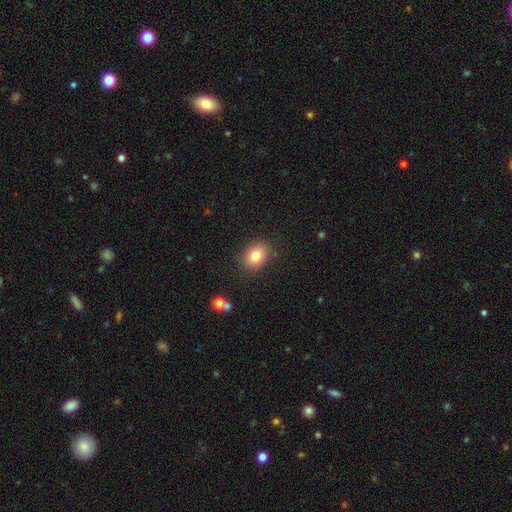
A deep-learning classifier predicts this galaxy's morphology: A smooth galaxy with no disk features (81%) that is in between round and cigar-shaped (62%). Merging: none (84%).